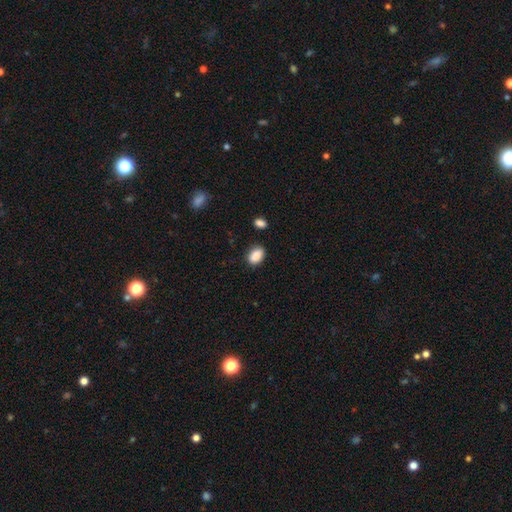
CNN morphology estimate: Smooth or featured? Predicted: smooth (p=0.88). How rounded? Predicted: in between (p=0.84). Merging? Predicted: none (p=0.80).